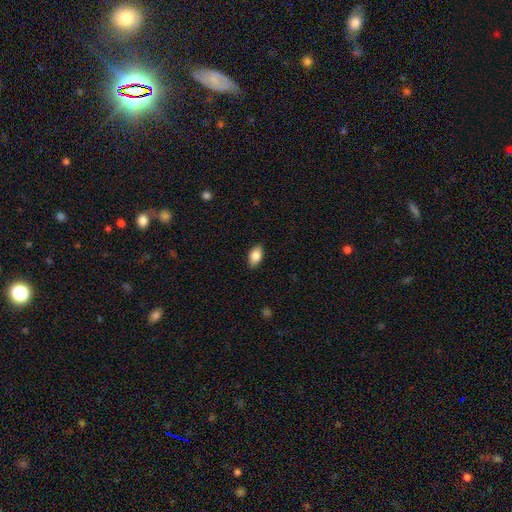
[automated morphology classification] smooth-or-featured: smooth: 85% | featured or disk: 8% | star or artifact: 7%
  how-rounded: in between: 92% | round: 6% | cigar-shaped: 2%
  merging: none: 87% | minor disturbance: 10% | major disturbance: 2% | merger: 1%